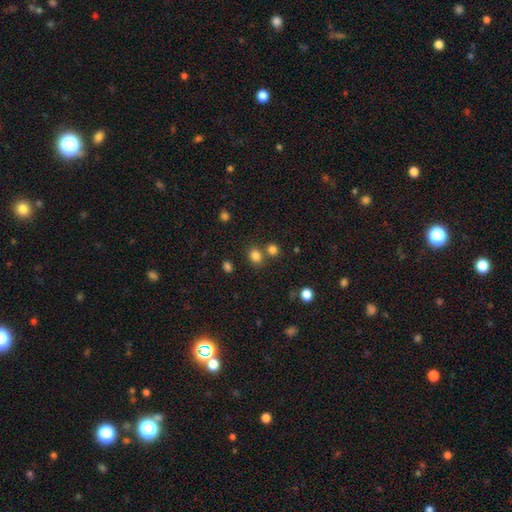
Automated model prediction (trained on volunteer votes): smooth 80%, star or artifact 15%, featured or disk 5%. Down the decision tree: how rounded — round (62%); merging — none (68%).